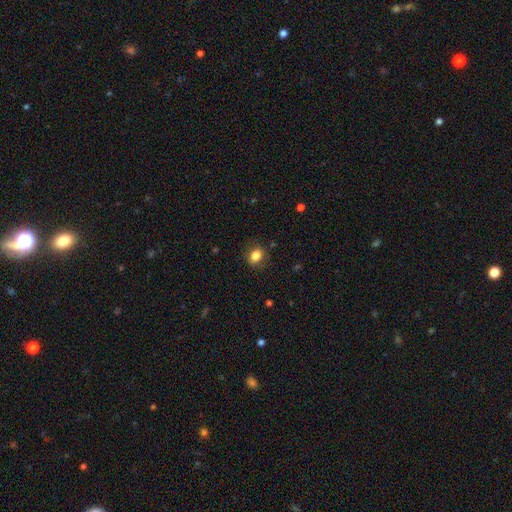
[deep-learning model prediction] Morphology: type=smooth (83%); roundness=in between (59%); merging=none (84%).